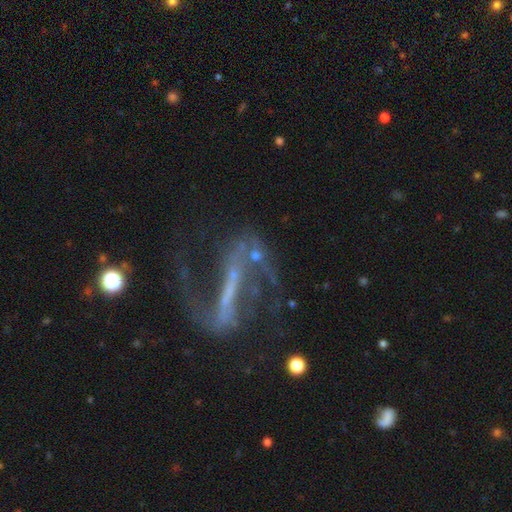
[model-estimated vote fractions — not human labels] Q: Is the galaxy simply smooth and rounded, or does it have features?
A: featured or disk — 62%.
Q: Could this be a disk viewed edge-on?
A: no — 82%.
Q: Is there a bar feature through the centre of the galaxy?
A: no — 42%.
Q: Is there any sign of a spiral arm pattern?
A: yes — 53%.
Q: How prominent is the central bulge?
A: none — 42%.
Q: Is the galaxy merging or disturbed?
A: none — 42%.